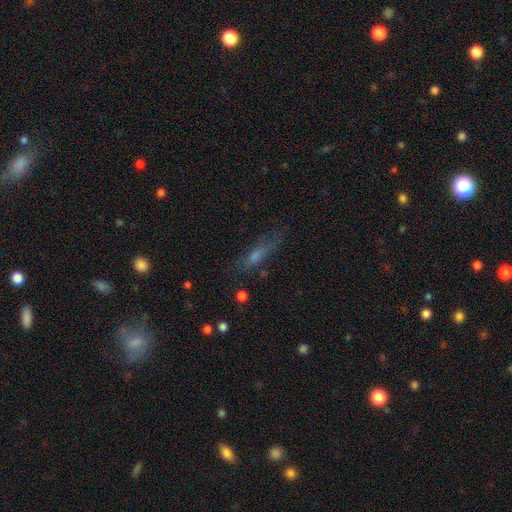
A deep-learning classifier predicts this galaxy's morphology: Smooth or featured? Predicted: smooth (p=0.47). Merging? Predicted: none (p=0.65).